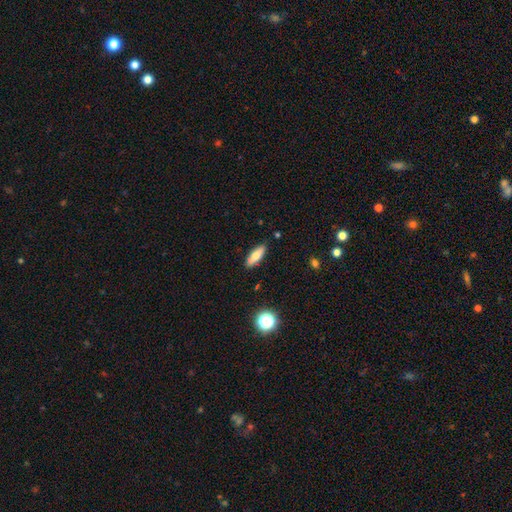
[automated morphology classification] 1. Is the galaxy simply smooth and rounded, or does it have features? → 67% smooth, 25% featured or disk, 7% star or artifact.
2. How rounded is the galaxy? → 55% in between, 42% cigar-shaped, 3% round.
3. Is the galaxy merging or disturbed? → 88% none, 9% minor disturbance, 2% major disturbance, 2% merger.